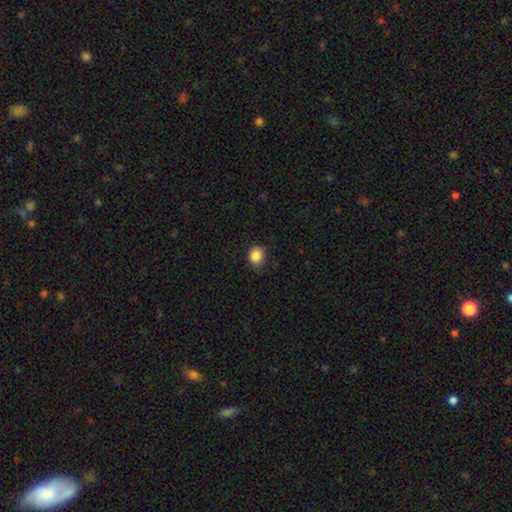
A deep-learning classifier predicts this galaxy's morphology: Smooth or featured? smooth (87%)
How rounded? round (66%)
Merging? none (79%)